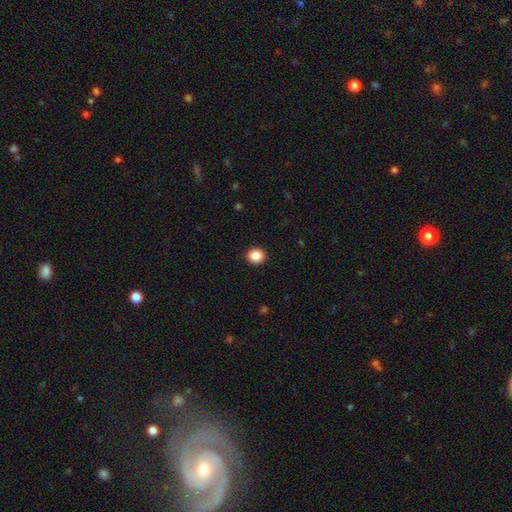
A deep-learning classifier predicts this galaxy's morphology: smooth-or-featured: smooth: 87% | star or artifact: 9% | featured or disk: 3%
  how-rounded: round: 87% | in between: 12% | cigar-shaped: 1%
  merging: none: 93% | minor disturbance: 5% | major disturbance: 2% | merger: 1%